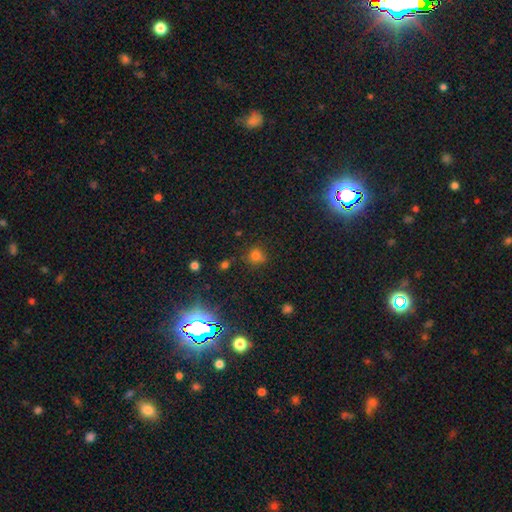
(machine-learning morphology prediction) Smooth or featured? smooth (72%)
How rounded? round (84%)
Merging? none (75%)